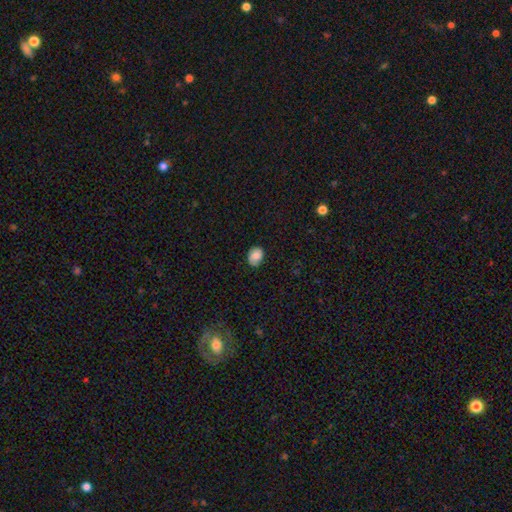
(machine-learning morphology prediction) smooth_or_featured: smooth (p=0.85) [alt: star or artifact p=0.08]
how_rounded: in between (p=0.63) [alt: round p=0.36]
merging: none (p=0.75) [alt: minor disturbance p=0.20]